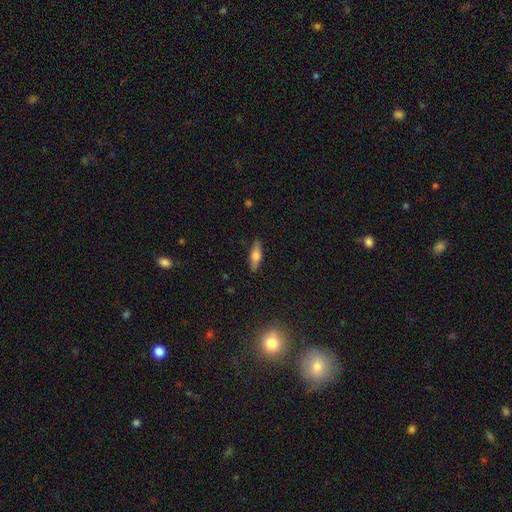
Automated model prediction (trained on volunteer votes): Smooth or featured?
  - smooth: 58% *
  - featured or disk: 35%
  - star or artifact: 7%
How rounded?
  - cigar-shaped: 50% *
  - in between: 47%
  - round: 3%
Merging?
  - none: 88% *
  - minor disturbance: 9%
  - major disturbance: 2%
  - merger: 1%